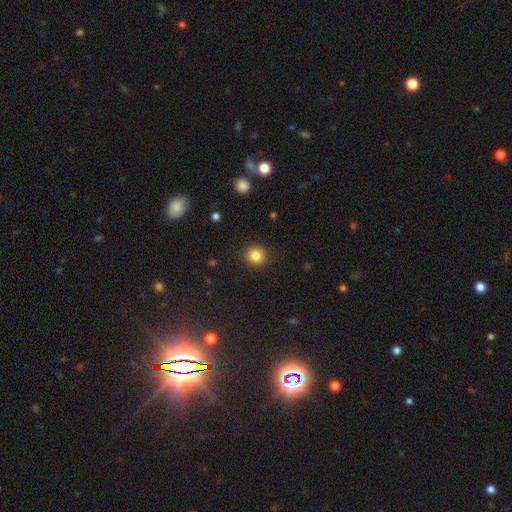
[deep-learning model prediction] Smooth or featured: smooth — 85% (star or artifact — 11%)
How rounded: round — 90% (in between — 9%)
Merging: none — 90% (minor disturbance — 6%)